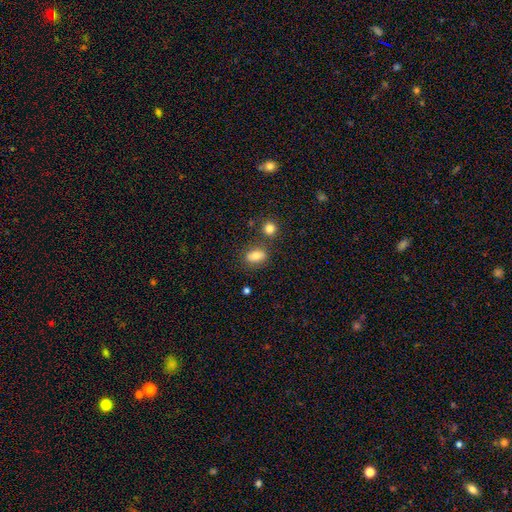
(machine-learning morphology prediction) A smooth galaxy with no disk features (78%) that is in between round and cigar-shaped (79%). Merging: none (73%).